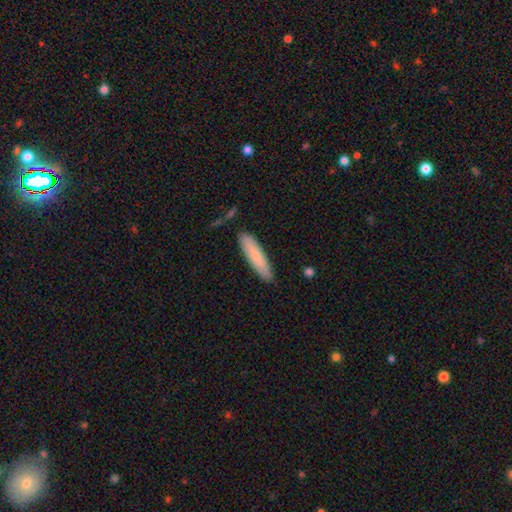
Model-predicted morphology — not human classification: The model was most divided on "how rounded": cigar-shaped: 78%, in between: 21%, round: 1%. More confident: merging — none (82%); smooth or featured — smooth (77%).